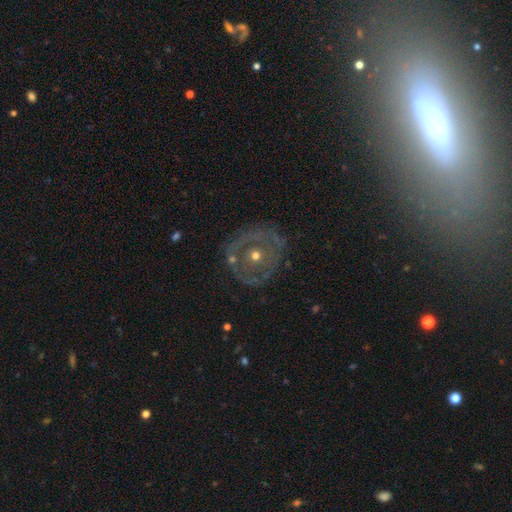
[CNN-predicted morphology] type=featured or disk (63%); edge-on=no (96%); bar=no (91%); spiral arms=no (75%); bulge=moderate (65%); merging=none (72%).